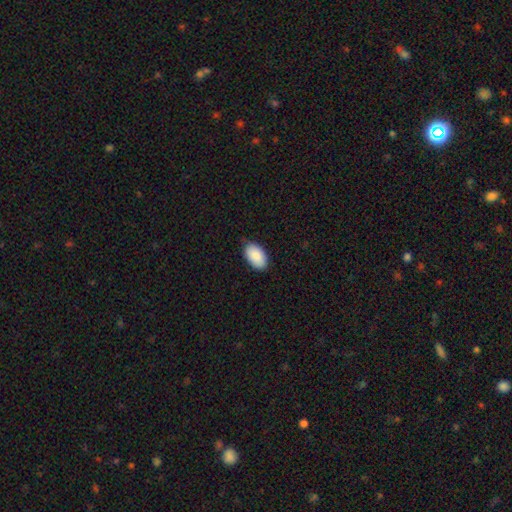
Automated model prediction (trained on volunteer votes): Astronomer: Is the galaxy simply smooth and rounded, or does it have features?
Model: smooth — 90%.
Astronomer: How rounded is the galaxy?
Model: in between — 95%.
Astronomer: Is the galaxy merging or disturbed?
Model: none — 83%.